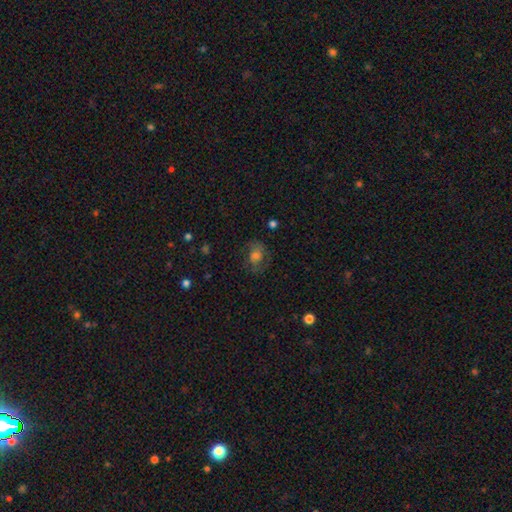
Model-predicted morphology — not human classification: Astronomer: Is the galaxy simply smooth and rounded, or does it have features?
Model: smooth — 49% (runner-up: featured or disk, 37%).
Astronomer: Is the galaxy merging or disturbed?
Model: none — 65%.